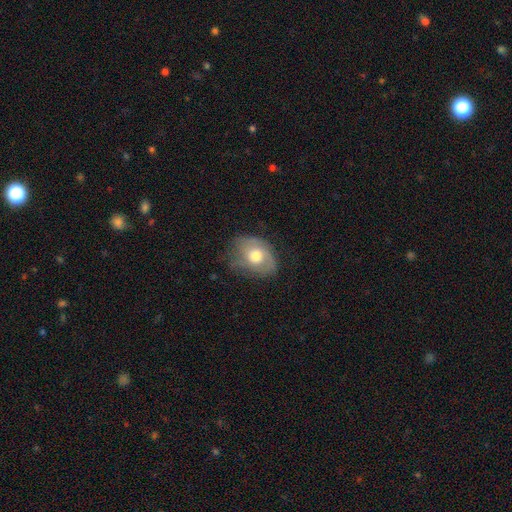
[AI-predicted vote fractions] A smooth galaxy with no disk features (57%) that is in between round and cigar-shaped (67%). Merging: none (48%).